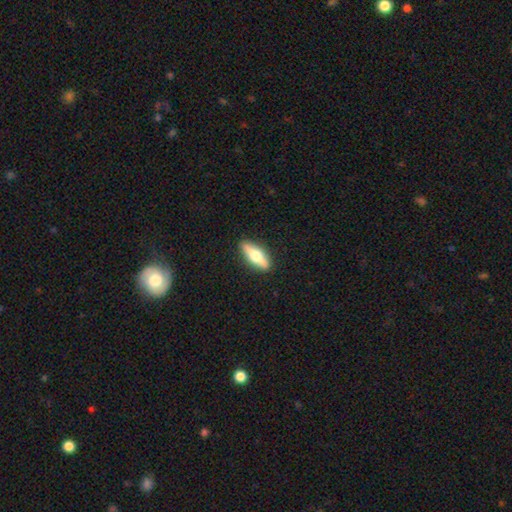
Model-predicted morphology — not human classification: Q: Smooth or featured?
A: featured or disk (48%); runner-up: smooth (46%)
Q: Merging?
A: none (90%); runner-up: minor disturbance (8%)